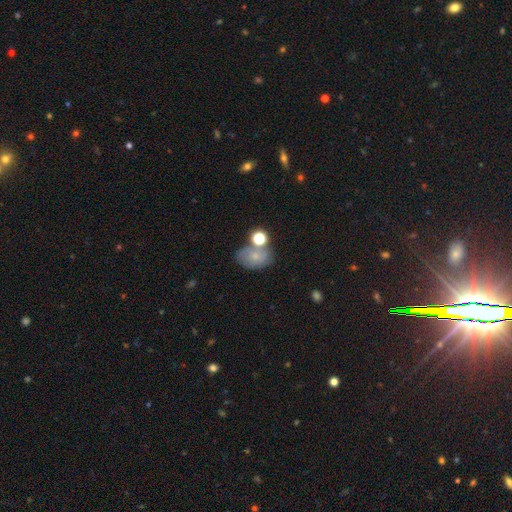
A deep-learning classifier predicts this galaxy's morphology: The model was most divided on "merging": none: 47%, merger: 24%, minor disturbance: 19%, major disturbance: 9%. More confident: how rounded — in between (68%); smooth or featured — smooth (63%).